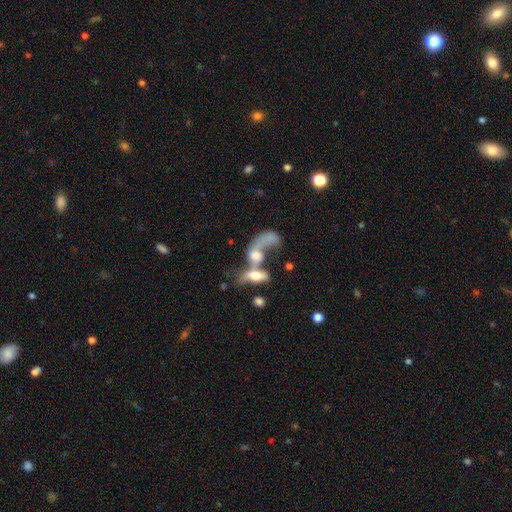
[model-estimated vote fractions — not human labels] Morphology: type=featured or disk (54%); edge-on=no (83%); merging=merger (67%).